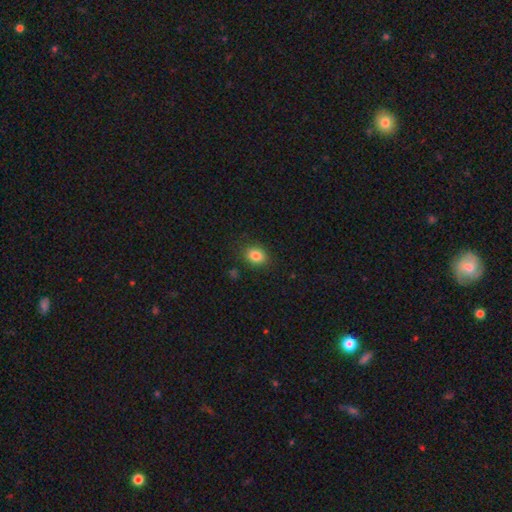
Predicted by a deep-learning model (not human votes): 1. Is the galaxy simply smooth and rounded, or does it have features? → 84% smooth, 10% star or artifact, 6% featured or disk.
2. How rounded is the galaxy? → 54% in between, 45% round, 1% cigar-shaped.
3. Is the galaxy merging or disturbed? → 86% none, 10% minor disturbance, 3% major disturbance, 1% merger.